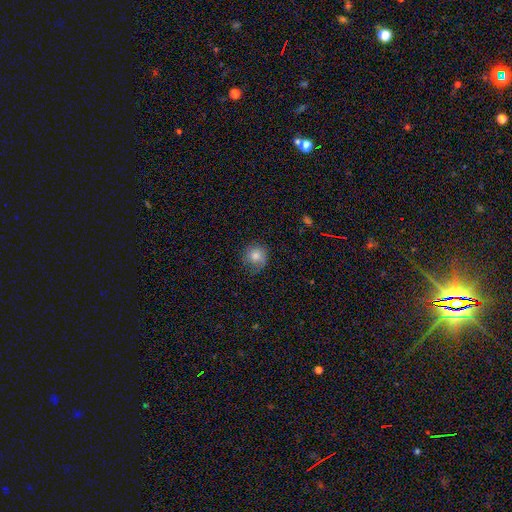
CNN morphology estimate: smooth_or_featured: smooth (p=0.74) [alt: featured or disk p=0.16]
how_rounded: round (p=0.82) [alt: in between p=0.17]
merging: none (p=0.61) [alt: minor disturbance p=0.26]